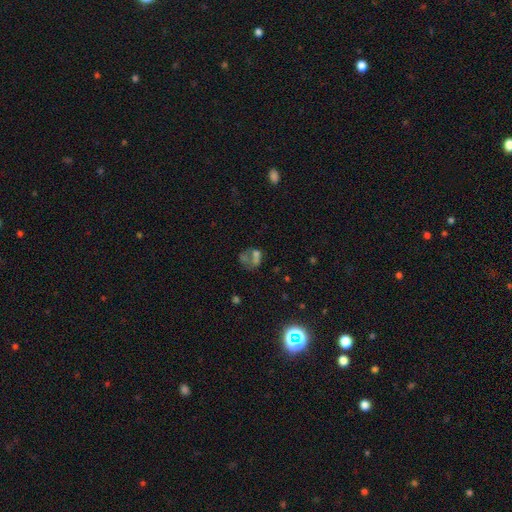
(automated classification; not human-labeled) The model was most divided on "smooth or featured": smooth: 44%, featured or disk: 33%, star or artifact: 23%. Remaining: merging — merger (47%).